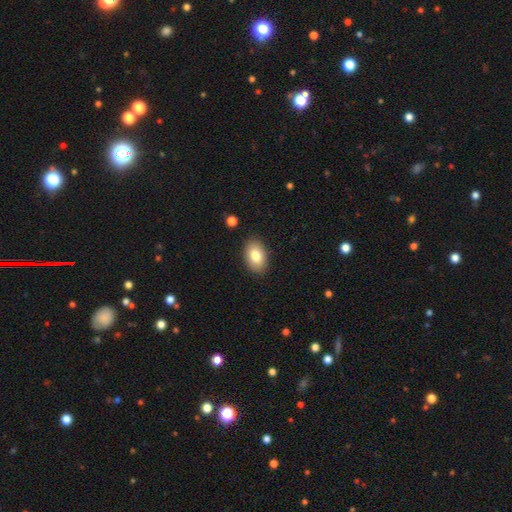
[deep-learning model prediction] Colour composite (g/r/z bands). It shows a smooth galaxy with no disk features (81%) that is in between round and cigar-shaped (88%). Merging: none (88%).